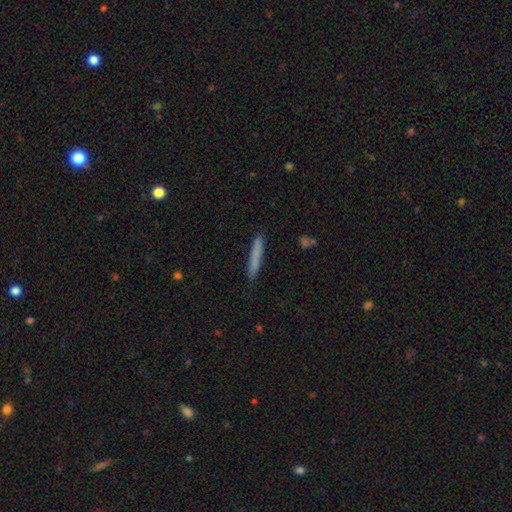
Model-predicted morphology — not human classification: Overall: smooth (77%). How rounded: cigar-shaped (96%). Merging: none (88%).